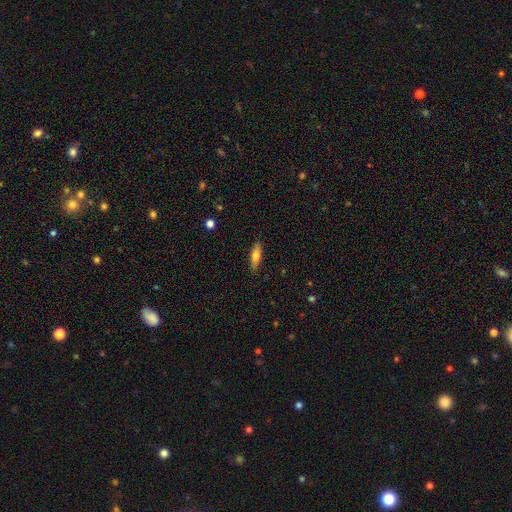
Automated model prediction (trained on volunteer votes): Overall: smooth (65%; featured or disk 28%). How rounded: cigar-shaped (59%; in between 39%). Merging: none (88%).